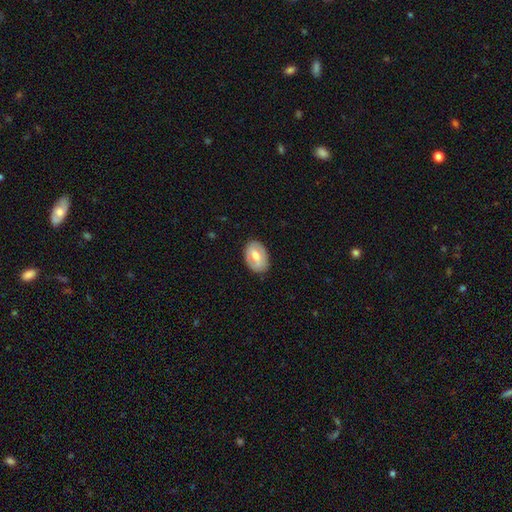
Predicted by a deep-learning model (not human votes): smooth-or-featured: smooth: 50% | featured or disk: 43% | star or artifact: 6%
  how-rounded: in between: 86% | round: 13% | cigar-shaped: 1%
  merging: none: 84% | minor disturbance: 12% | major disturbance: 3% | merger: 1%